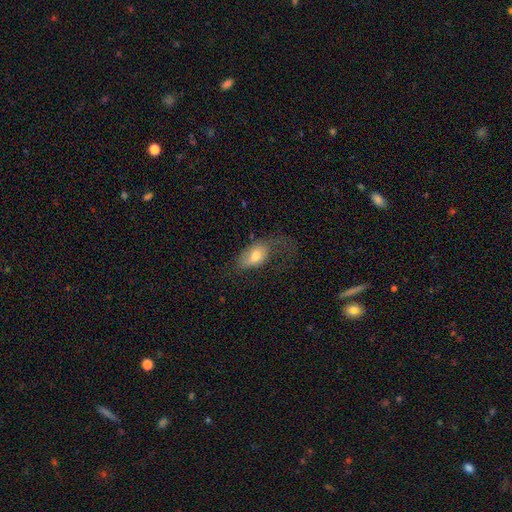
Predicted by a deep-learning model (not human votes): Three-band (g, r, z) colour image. It shows a smooth galaxy with no disk features (64%) that is in between round and cigar-shaped (90%). Merging: major disturbance (46%).